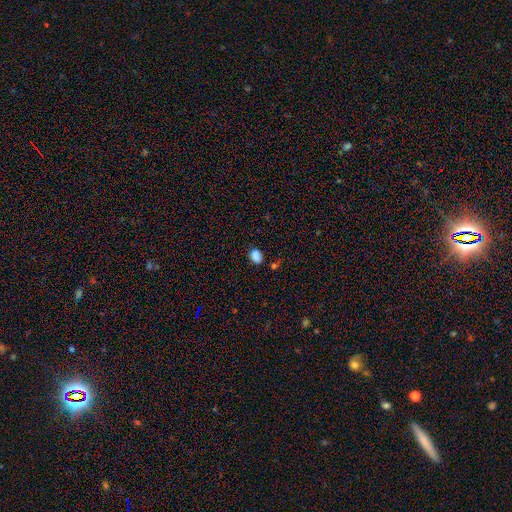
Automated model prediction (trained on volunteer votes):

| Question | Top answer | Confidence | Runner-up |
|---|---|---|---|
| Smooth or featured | smooth | 82% | star or artifact (14%) |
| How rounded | in between | 74% | round (25%) |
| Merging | none | 70% | minor disturbance (20%) |